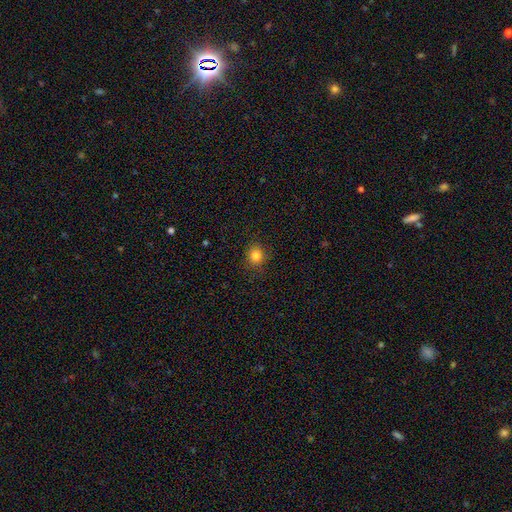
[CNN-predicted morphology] Smooth or featured? Predicted: smooth (p=0.82). How rounded? Predicted: round (p=0.83). Merging? Predicted: none (p=0.87).